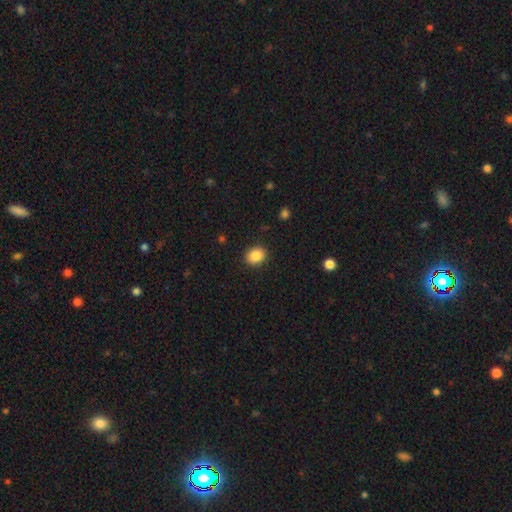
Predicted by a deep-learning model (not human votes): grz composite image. It shows a smooth galaxy with no disk features (87%) that is round (56%). Merging: none (90%).